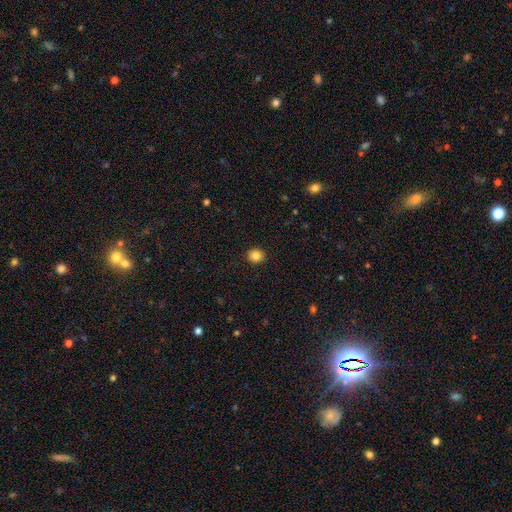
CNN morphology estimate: Smooth or featured: smooth — 84% (star or artifact — 11%)
How rounded: round — 83% (in between — 16%)
Merging: none — 92% (minor disturbance — 6%)